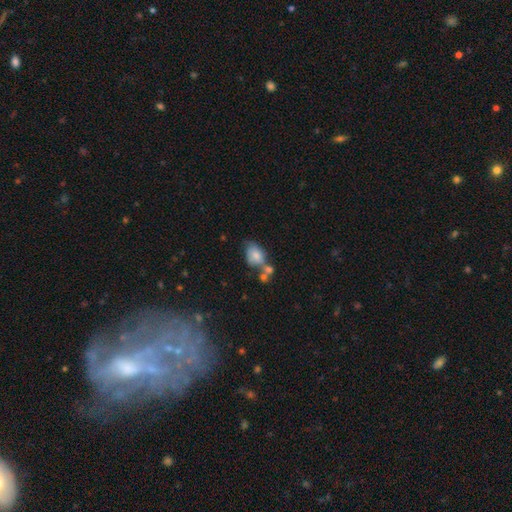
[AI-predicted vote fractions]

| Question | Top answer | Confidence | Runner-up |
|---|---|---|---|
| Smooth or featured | smooth | 72% | featured or disk (19%) |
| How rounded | in between | 77% | round (21%) |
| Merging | merger | 35% | none (32%) |